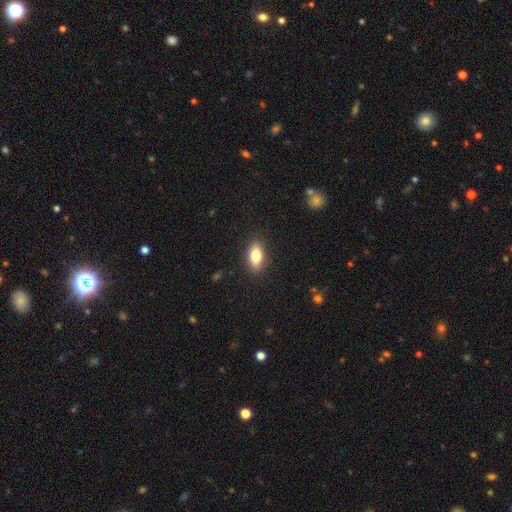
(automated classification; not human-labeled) The model was most divided on "smooth or featured": smooth: 78%, featured or disk: 15%, star or artifact: 7%. More confident: merging — none (88%); how rounded — in between (85%).